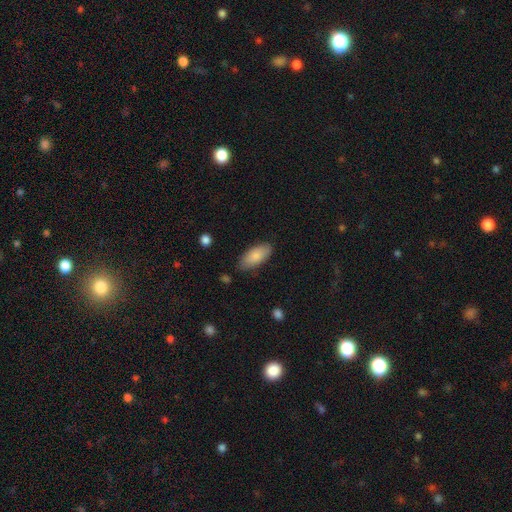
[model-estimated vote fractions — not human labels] A smooth galaxy with no disk features (85%) that is in between round and cigar-shaped (88%).

Vote fractions:
- Smooth or featured? smooth: 85% / featured or disk: 10% / star or artifact: 6%
- How rounded? in between: 88% / cigar-shaped: 10% / round: 2%
- Merging? none: 81% / minor disturbance: 15% / major disturbance: 3% / merger: 2%